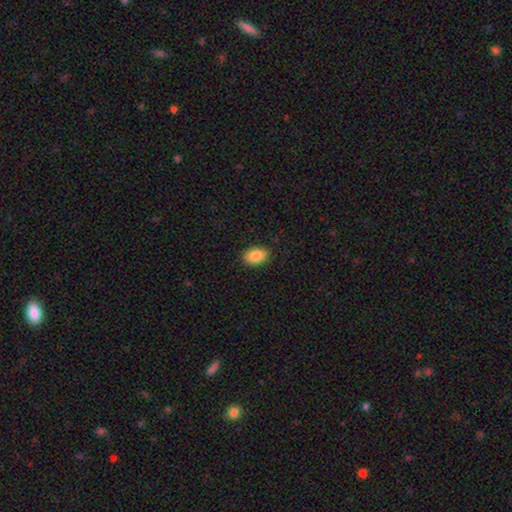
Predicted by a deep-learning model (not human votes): Smooth or featured?
  - smooth: 86% *
  - star or artifact: 7%
  - featured or disk: 7%
How rounded?
  - in between: 88% *
  - round: 11%
  - cigar-shaped: 1%
Merging?
  - none: 89% *
  - minor disturbance: 8%
  - major disturbance: 2%
  - merger: 1%